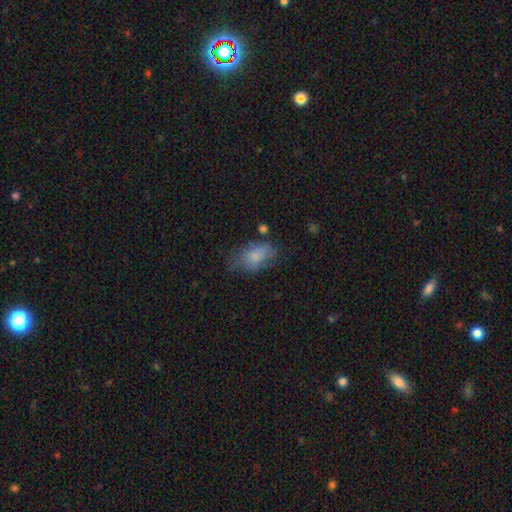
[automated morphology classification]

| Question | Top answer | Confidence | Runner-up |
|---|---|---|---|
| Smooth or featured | smooth | 78% | featured or disk (14%) |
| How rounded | in between | 89% | round (9%) |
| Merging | none | 55% | minor disturbance (29%) |